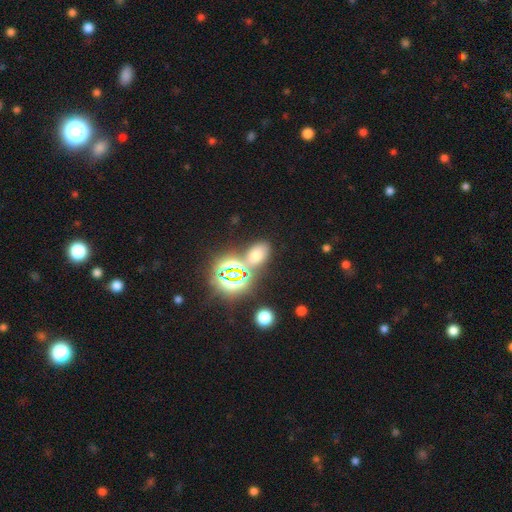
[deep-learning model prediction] smooth-or-featured: smooth: 55% | star or artifact: 35% | featured or disk: 10%
  how-rounded: in between: 78% | round: 20% | cigar-shaped: 2%
  merging: none: 67% | merger: 15% | minor disturbance: 12% | major disturbance: 6%